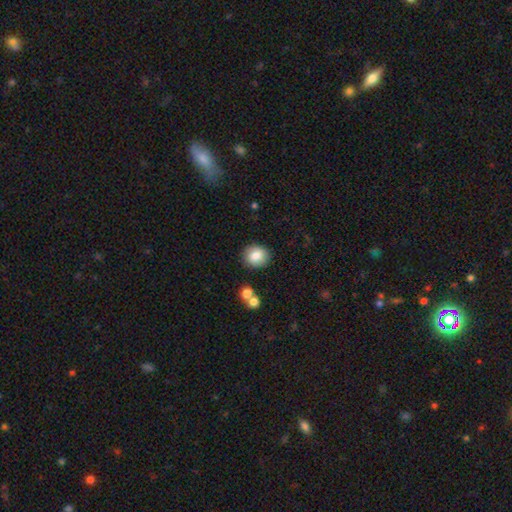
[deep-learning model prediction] smooth 82%, featured or disk 10%, star or artifact 8%. Down the decision tree: how rounded — round (73%); merging — none (86%).